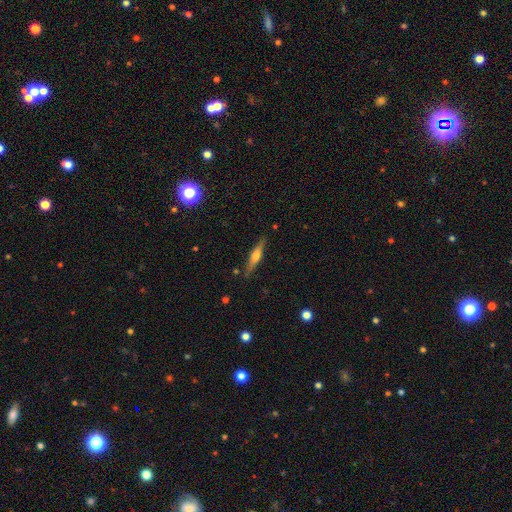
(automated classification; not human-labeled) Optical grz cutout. It shows a featured or disk galaxy (57%) viewed edge-on (95%) with a rounded central bulge (85%). Merging: none (85%).